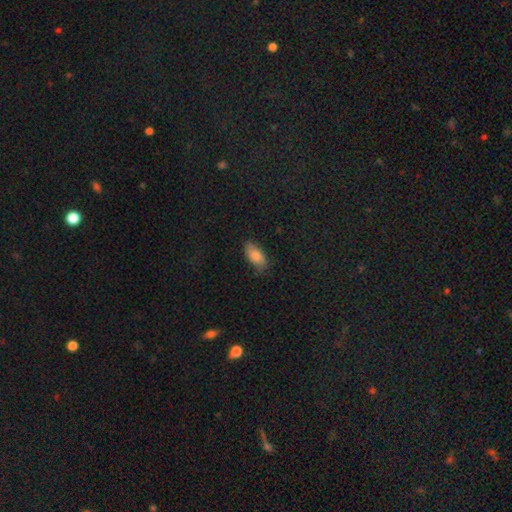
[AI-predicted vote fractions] smooth_or_featured: smooth (p=0.82) [alt: featured or disk p=0.11]
how_rounded: in between (p=0.91) [alt: cigar-shaped p=0.06]
merging: none (p=0.75) [alt: minor disturbance p=0.20]